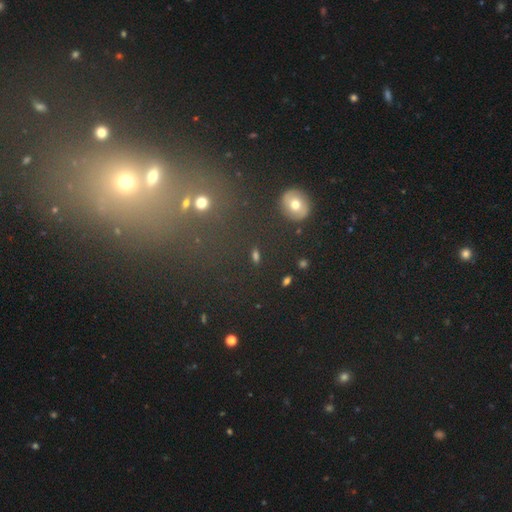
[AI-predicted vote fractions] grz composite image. It shows a smooth galaxy with no disk features (50%). Merging: none (82%).